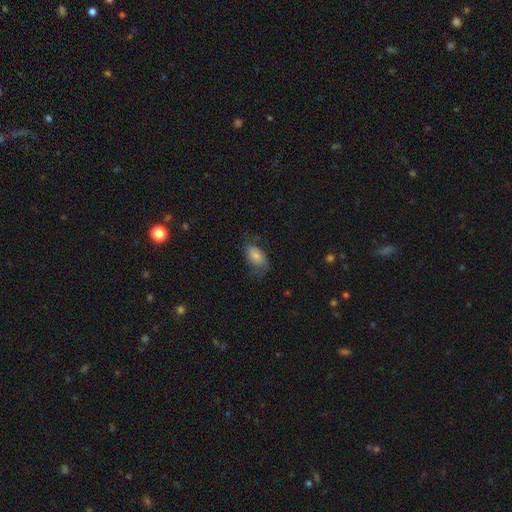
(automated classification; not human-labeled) Smooth or featured: smooth — 65% (featured or disk — 27%)
How rounded: in between — 89% (round — 9%)
Merging: none — 54% (minor disturbance — 27%)